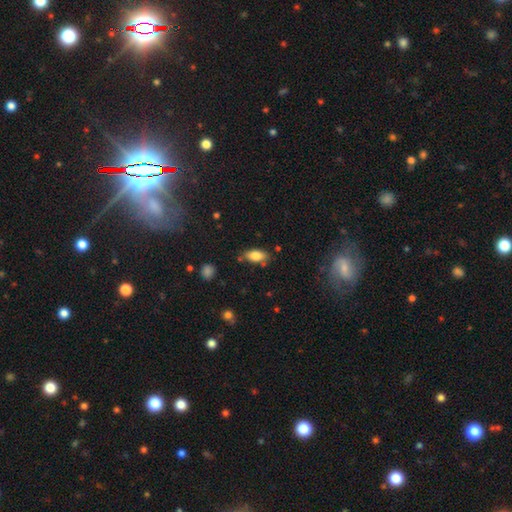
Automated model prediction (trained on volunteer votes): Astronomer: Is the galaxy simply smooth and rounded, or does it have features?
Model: smooth — 81%.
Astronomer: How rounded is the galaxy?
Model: in between — 90%.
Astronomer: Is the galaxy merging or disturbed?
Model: none — 74%.